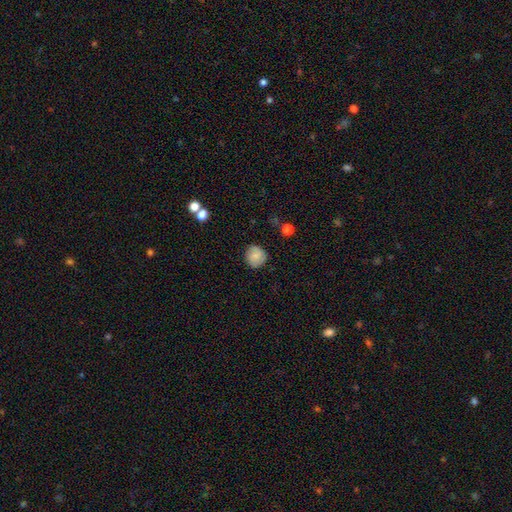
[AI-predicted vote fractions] This is likely a smooth galaxy (80%). How rounded: clearly round (87%). Merging: clearly none (84%).